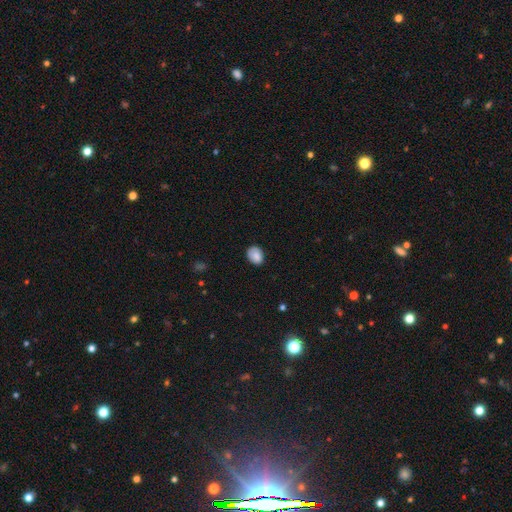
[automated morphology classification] A smooth galaxy with no disk features (85%) that is in between round and cigar-shaped (61%). Merging: none (78%).